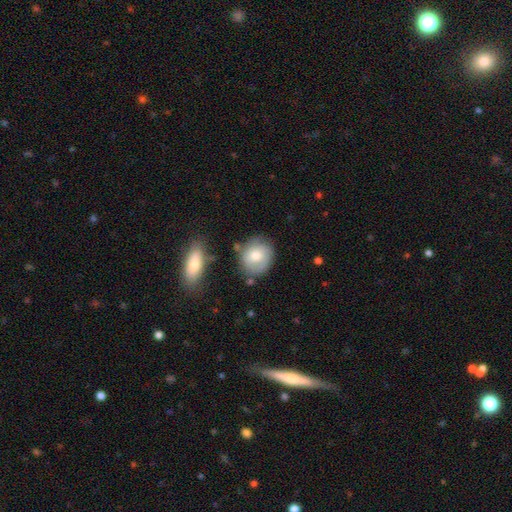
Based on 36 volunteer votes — Q: Smooth or featured?
A: smooth (50%); runner-up: featured or disk (44%)
Q: How rounded?
A: round (72%); runner-up: in between (28%)
Q: Merging?
A: none (82%); runner-up: minor disturbance (15%)